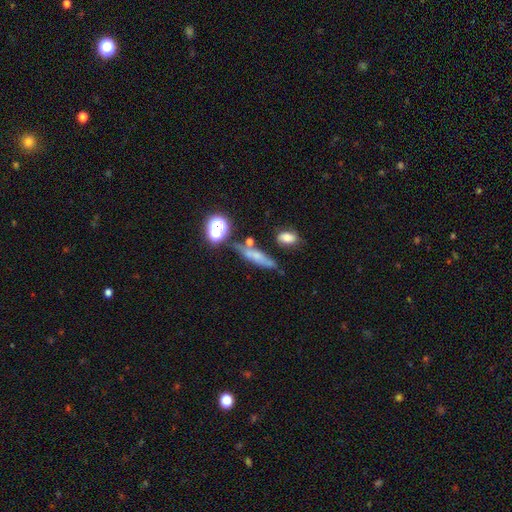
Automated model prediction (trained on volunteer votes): Smooth or featured? smooth (52%)
How rounded? cigar-shaped (61%)
Merging? none (58%)